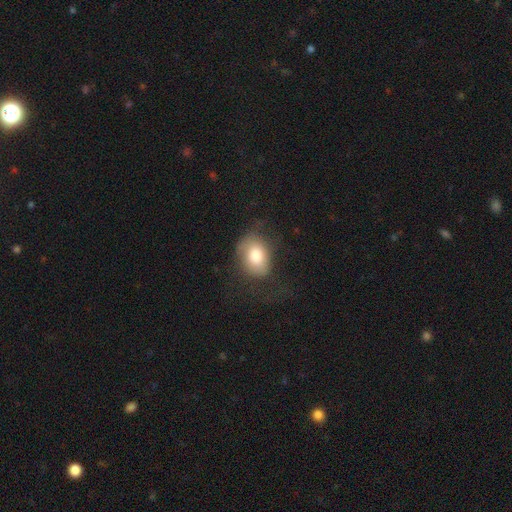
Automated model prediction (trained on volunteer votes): This is likely a smooth galaxy (77%). How rounded: likely in between (68%). Merging: possibly none (55%).